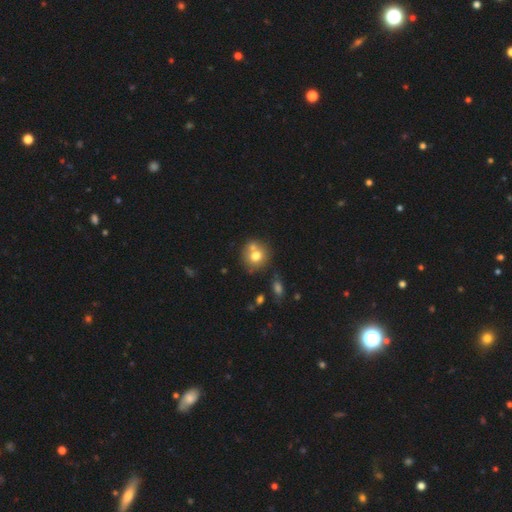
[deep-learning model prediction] Q: Smooth or featured?
A: smooth (71%); runner-up: featured or disk (18%)
Q: How rounded?
A: round (86%); runner-up: in between (13%)
Q: Merging?
A: none (57%); runner-up: merger (28%)